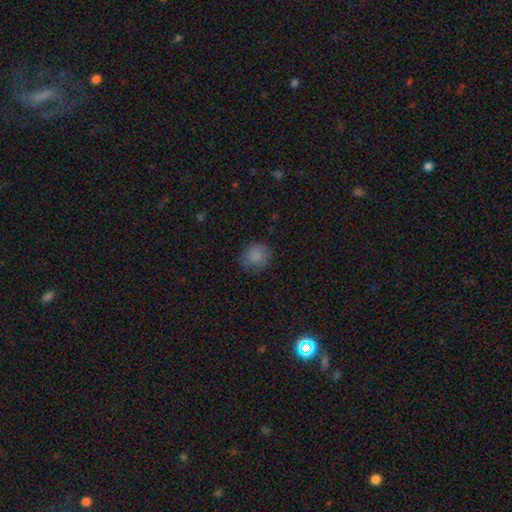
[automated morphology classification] A smooth galaxy with no disk features (84%) that is round (83%). Merging: none (75%).